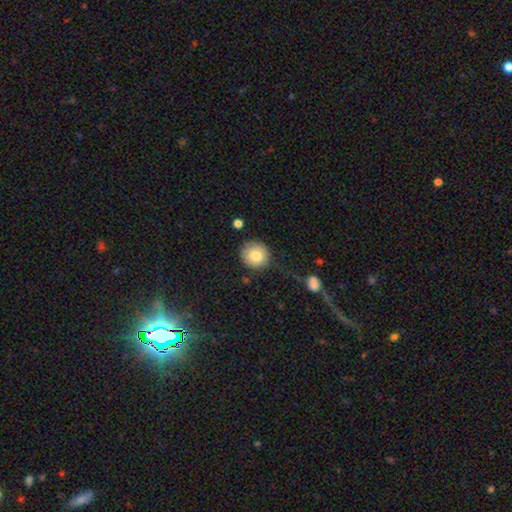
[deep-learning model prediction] A smooth galaxy with no disk features (81%) that is round (89%).

Vote fractions:
- Smooth or featured? smooth: 81% / featured or disk: 10% / star or artifact: 8%
- How rounded? round: 89% / in between: 10% / cigar-shaped: 1%
- Merging? none: 78% / minor disturbance: 15% / major disturbance: 4% / merger: 3%